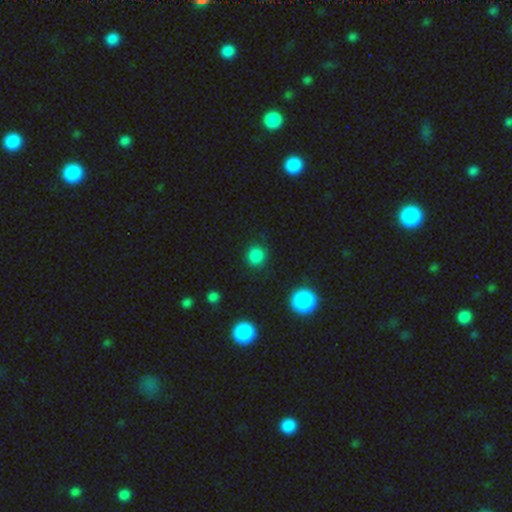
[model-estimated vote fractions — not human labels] Q: Smooth or featured?
A: smooth (83%); runner-up: star or artifact (13%)
Q: How rounded?
A: round (90%); runner-up: in between (9%)
Q: Merging?
A: none (87%); runner-up: minor disturbance (8%)